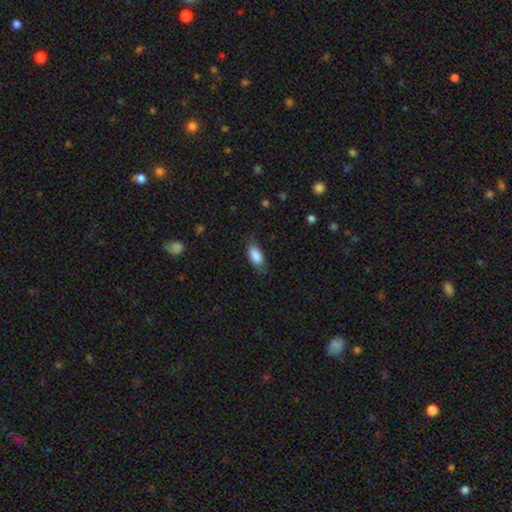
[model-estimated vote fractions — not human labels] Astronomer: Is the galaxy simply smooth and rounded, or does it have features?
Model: smooth — 87%.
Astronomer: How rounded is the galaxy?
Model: in between — 89%.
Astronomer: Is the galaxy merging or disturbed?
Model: none — 75%.